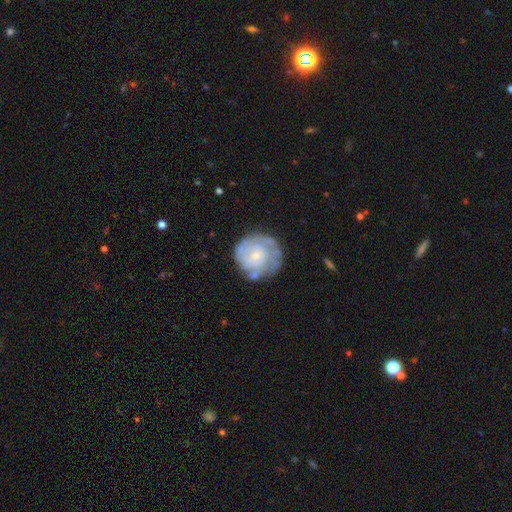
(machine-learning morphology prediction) type=featured or disk (65%); edge-on=no (98%); bar=no (78%); spiral arms=yes (73%); bulge=small (77%); merging=none (64%).